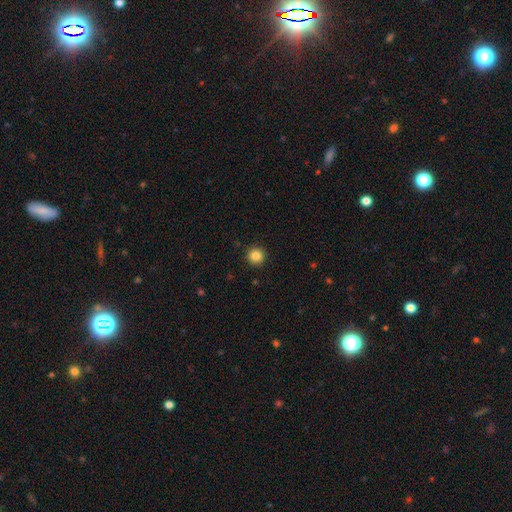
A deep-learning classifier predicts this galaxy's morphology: This is clearly a smooth galaxy (84%). How rounded: clearly round (95%). Merging: clearly none (93%).